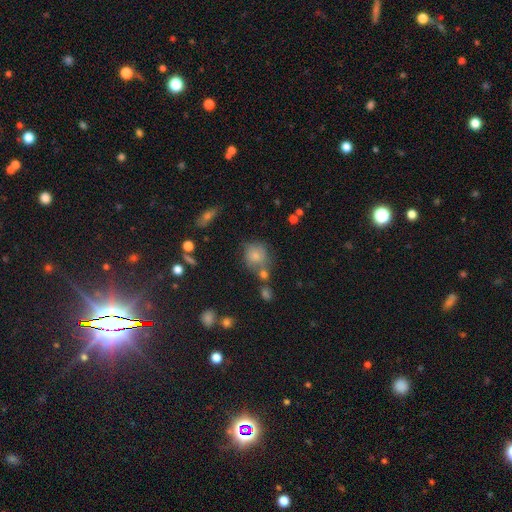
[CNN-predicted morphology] A smooth galaxy with no disk features (76%) that is round (81%). Merging: none (55%).